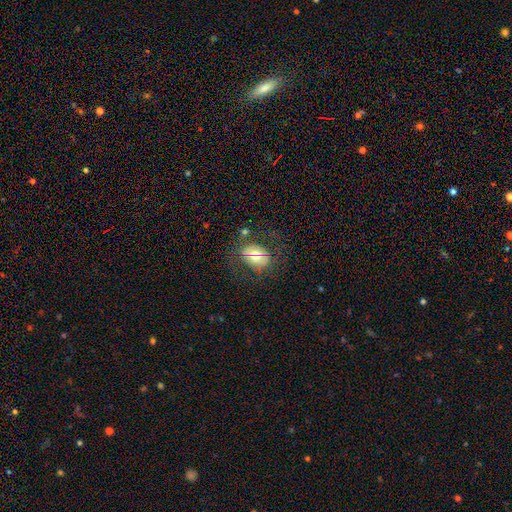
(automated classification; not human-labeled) A smooth galaxy with no disk features (54%) that is in between round and cigar-shaped (52%). Merging: none (63%).